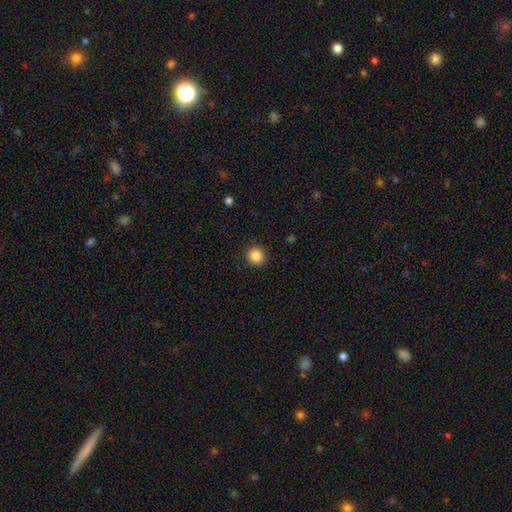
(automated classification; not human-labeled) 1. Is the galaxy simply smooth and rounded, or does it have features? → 86% smooth, 10% star or artifact, 4% featured or disk.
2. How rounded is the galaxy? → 93% round, 6% in between, 1% cigar-shaped.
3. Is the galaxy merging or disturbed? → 91% none, 6% minor disturbance, 2% major disturbance, 1% merger.